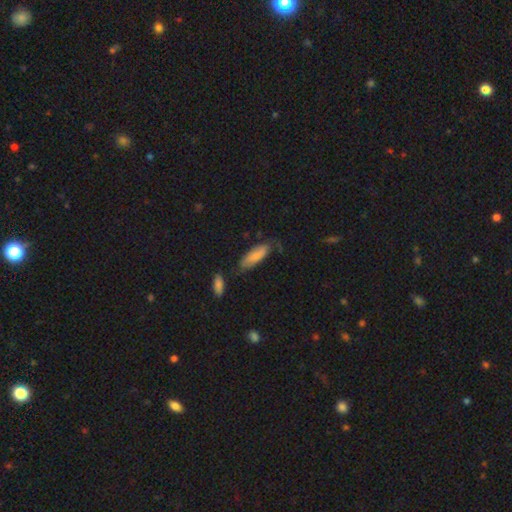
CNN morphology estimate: smooth_or_featured: smooth (p=0.75) [alt: featured or disk p=0.19]
how_rounded: in between (p=0.64) [alt: cigar-shaped p=0.34]
merging: none (p=0.58) [alt: minor disturbance p=0.28]